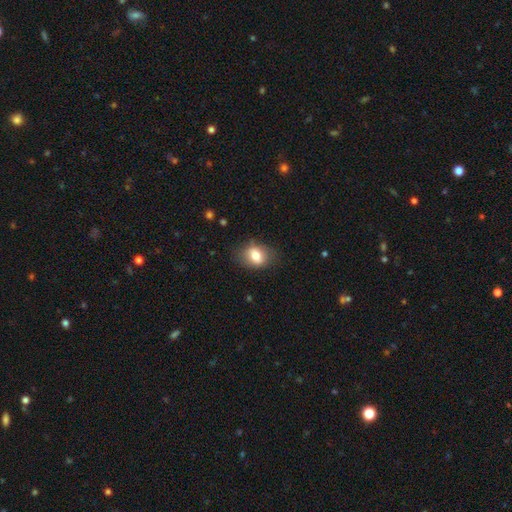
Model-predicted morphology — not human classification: Smooth or featured: smooth — 74% (featured or disk — 17%)
How rounded: in between — 63% (round — 35%)
Merging: none — 76% (minor disturbance — 17%)